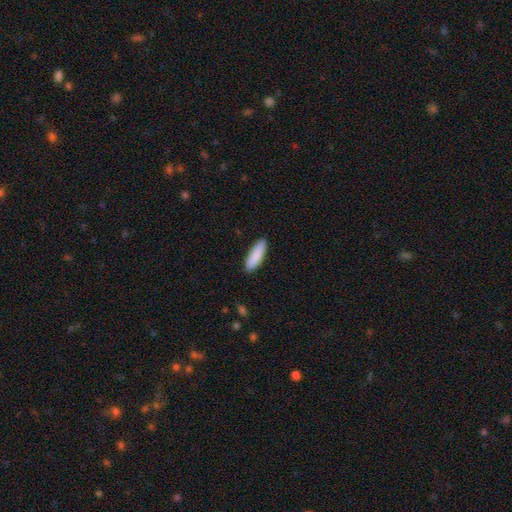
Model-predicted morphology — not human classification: Smooth or featured: smooth — 88% (featured or disk — 6%)
How rounded: cigar-shaped — 54% (in between — 44%)
Merging: none — 89% (minor disturbance — 9%)